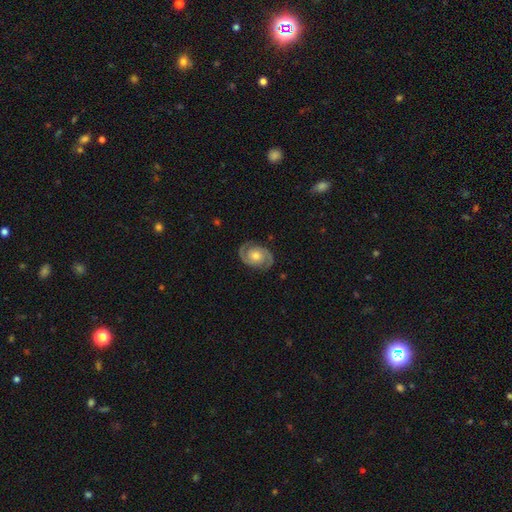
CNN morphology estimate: smooth-or-featured: featured or disk: 90% | smooth: 6% | star or artifact: 5%
  disk-edge-on: no: 98% | yes: 2%
    bar: no: 71% | weak: 23% | strong: 6%
    has-spiral-arms: yes: 98% | no: 2%
      spiral-winding: tight: 47% | medium: 45% | loose: 8%
      spiral-arm-count: 2: 94% | can't tell: 2% | 3: 1% | 1: 1% | 4: 1% | more than 4: 1%
    bulge-size: moderate: 67% | small: 25% | large: 5% | none: 2% | dominant: 1%
  merging: none: 86% | minor disturbance: 10% | major disturbance: 3% | merger: 1%